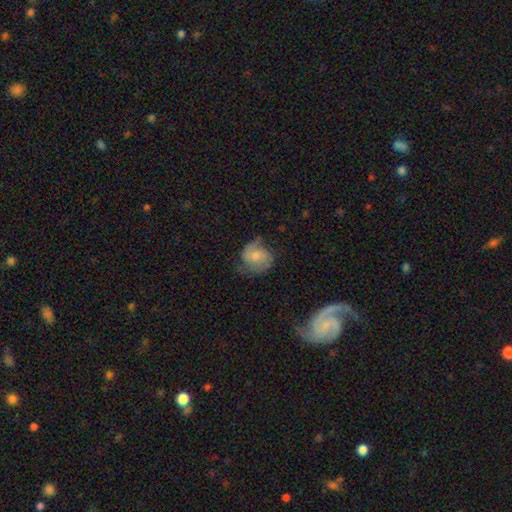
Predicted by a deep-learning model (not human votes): Overall: featured or disk (59%; smooth 34%). Edge-on disk: no (97%). Bar: no (62%; weak 32%). Spiral arms: yes (88%). Spiral arm count: 2 (81%). Spiral winding: medium (47%; loose 29%). Bulge size: moderate (46%; small 39%). Merging: none (55%; minor disturbance 28%).